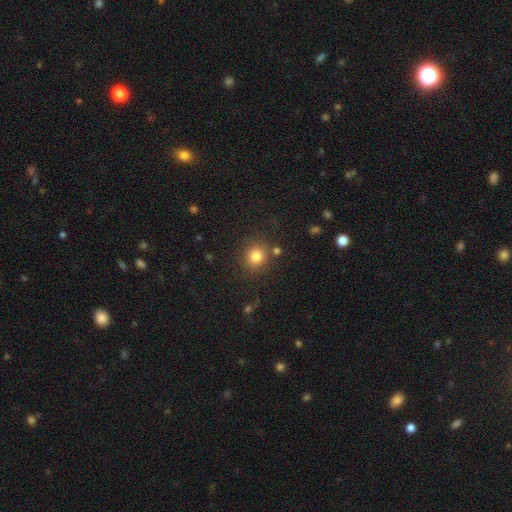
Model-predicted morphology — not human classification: Smooth or featured: smooth — 81% (star or artifact — 13%)
How rounded: round — 89% (in between — 10%)
Merging: none — 83% (minor disturbance — 9%)